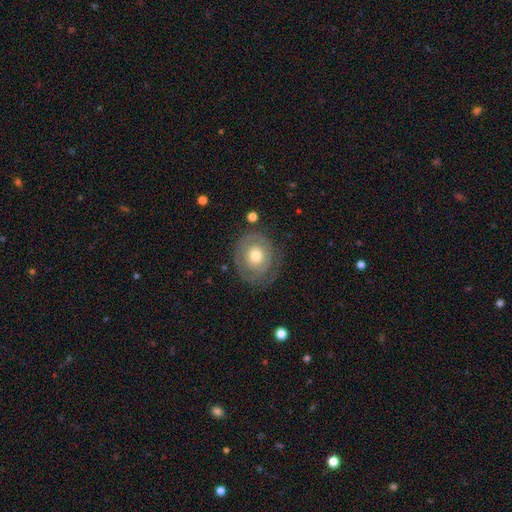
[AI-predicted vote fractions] Smooth or featured? Predicted: featured or disk (p=0.50). Merging? Predicted: none (p=0.69).